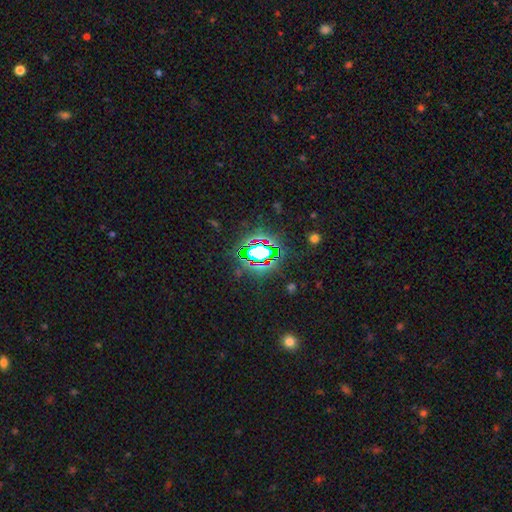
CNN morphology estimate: smooth-or-featured: star or artifact: 72% | smooth: 16% | featured or disk: 12%